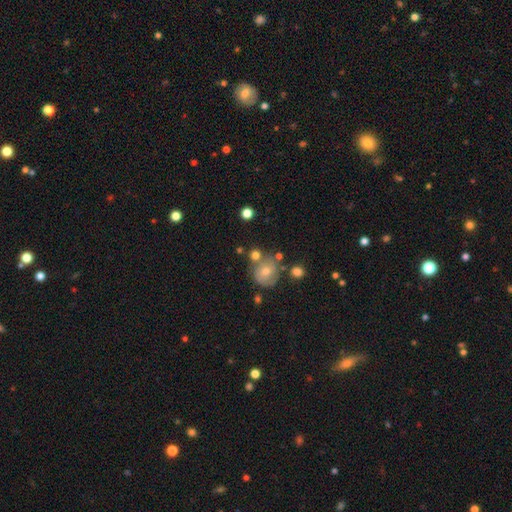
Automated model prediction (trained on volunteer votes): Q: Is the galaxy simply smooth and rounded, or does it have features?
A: smooth — 68%.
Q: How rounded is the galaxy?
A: round — 83%.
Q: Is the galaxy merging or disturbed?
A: none — 59%.